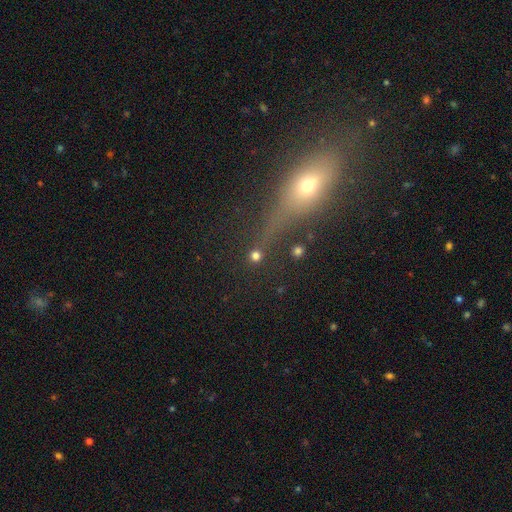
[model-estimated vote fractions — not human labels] This is likely a smooth galaxy (76%). How rounded: clearly round (93%). Merging: likely none (80%).